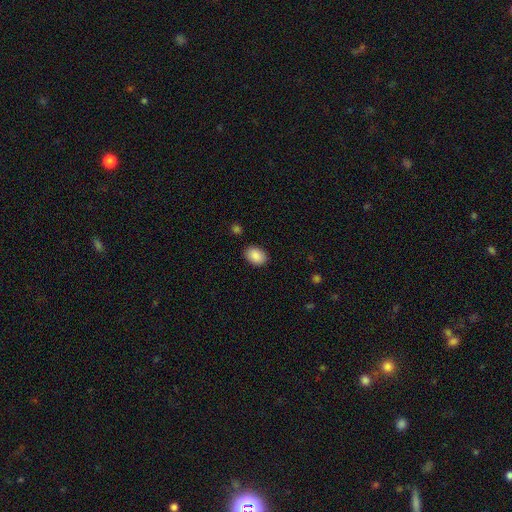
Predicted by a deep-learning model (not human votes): This is clearly a smooth galaxy (89%). How rounded: clearly in between (82%). Merging: clearly none (87%).